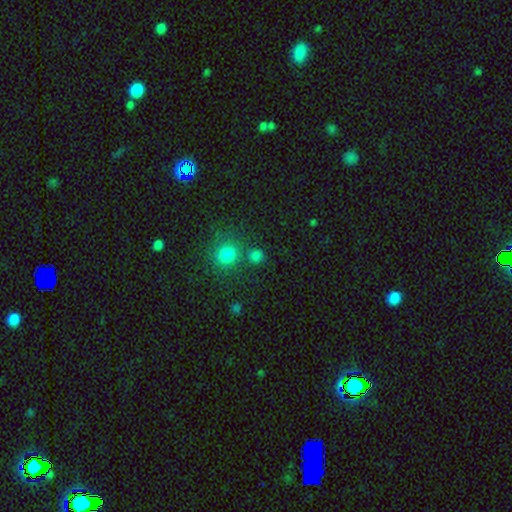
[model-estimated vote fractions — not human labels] Q: Smooth or featured?
A: smooth (76%); runner-up: star or artifact (18%)
Q: How rounded?
A: round (85%); runner-up: in between (14%)
Q: Merging?
A: none (70%); runner-up: merger (17%)